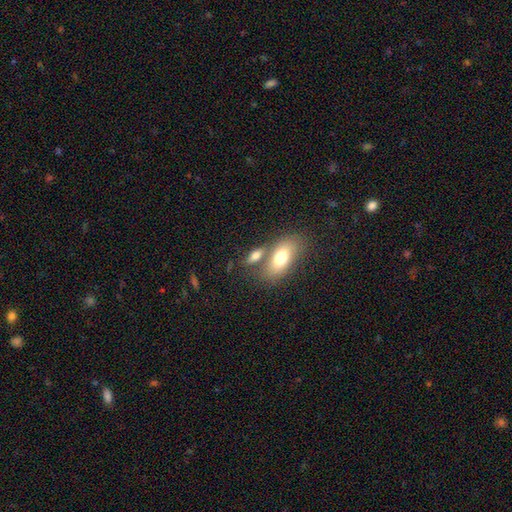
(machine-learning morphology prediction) This is likely a smooth galaxy (72%). How rounded: likely in between (76%). Merging: possibly none (49%).